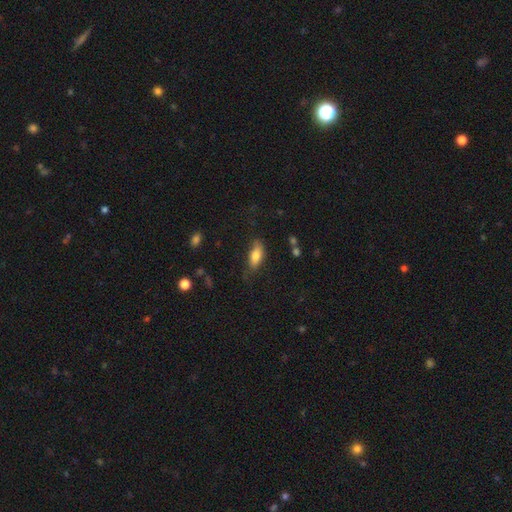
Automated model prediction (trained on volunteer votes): smooth_or_featured: smooth (p=0.77) [alt: featured or disk p=0.15]
how_rounded: in between (p=0.81) [alt: cigar-shaped p=0.16]
merging: none (p=0.67) [alt: minor disturbance p=0.24]